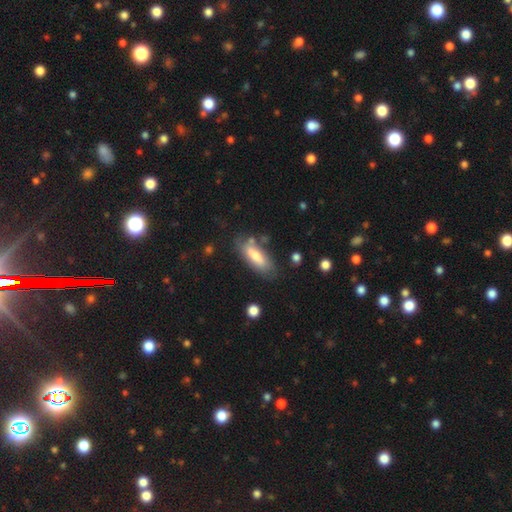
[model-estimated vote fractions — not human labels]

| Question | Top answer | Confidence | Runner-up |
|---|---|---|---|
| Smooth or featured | smooth | 64% | featured or disk (29%) |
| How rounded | in between | 64% | cigar-shaped (34%) |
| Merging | none | 66% | minor disturbance (21%) |